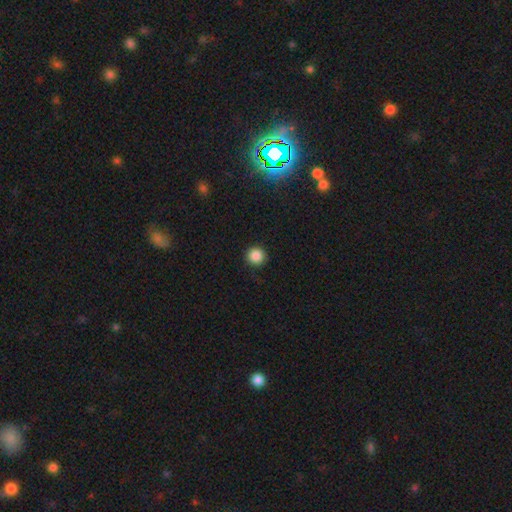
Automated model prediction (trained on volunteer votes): A smooth galaxy with no disk features (87%) that is round (95%). Merging: none (91%).